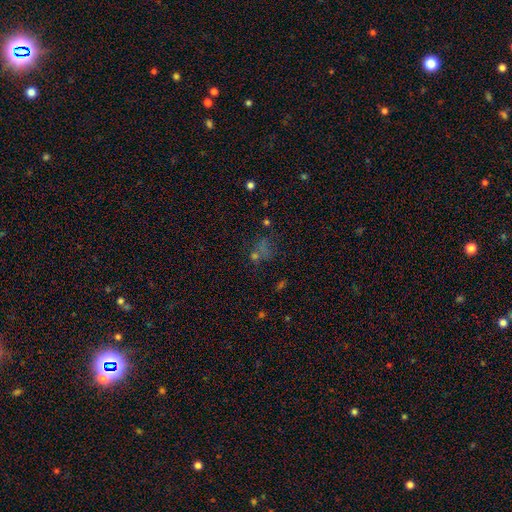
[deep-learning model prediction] Morphology: type=star or artifact (41%, tied with smooth).